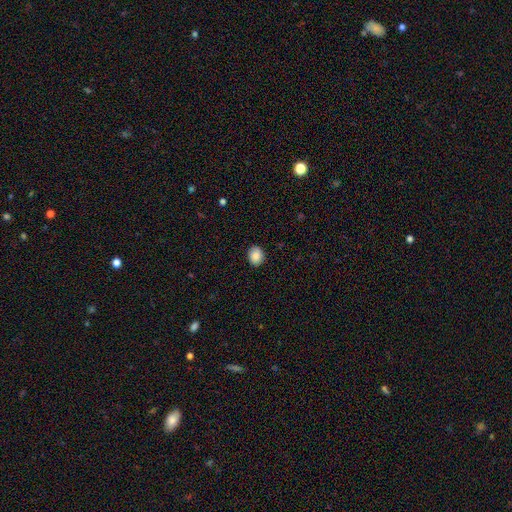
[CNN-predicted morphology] Q: Smooth or featured?
A: smooth (87%); runner-up: star or artifact (8%)
Q: How rounded?
A: round (50%); runner-up: in between (49%)
Q: Merging?
A: none (87%); runner-up: minor disturbance (10%)